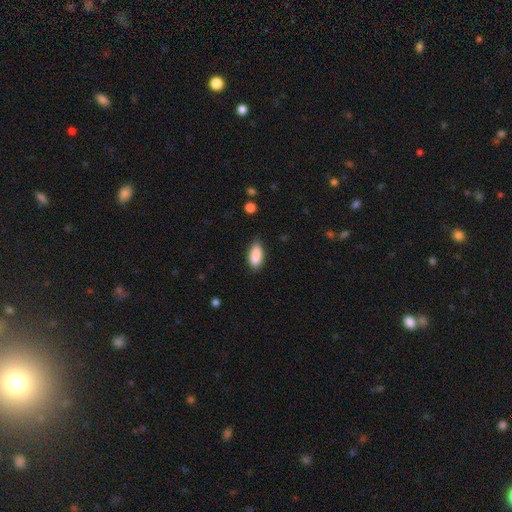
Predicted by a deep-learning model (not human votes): Smooth or featured: smooth — 89% (star or artifact — 7%)
How rounded: in between — 85% (cigar-shaped — 12%)
Merging: none — 78% (minor disturbance — 17%)